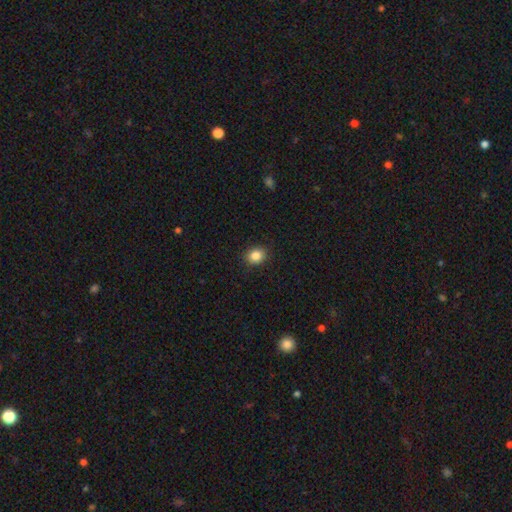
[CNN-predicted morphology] Smooth or featured?
  - smooth: 85% *
  - star or artifact: 10%
  - featured or disk: 5%
How rounded?
  - round: 63% *
  - in between: 36%
  - cigar-shaped: 1%
Merging?
  - none: 90% *
  - minor disturbance: 7%
  - major disturbance: 2%
  - merger: 1%